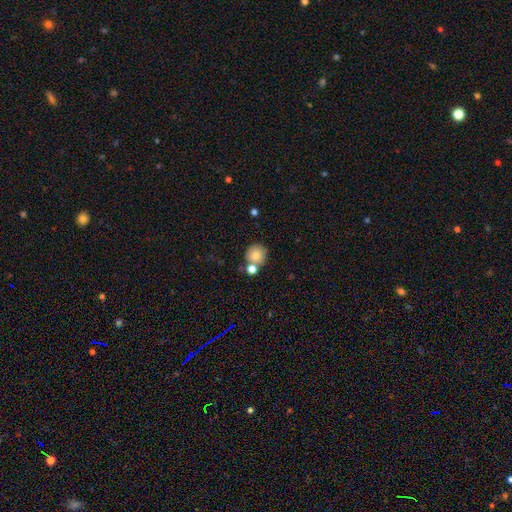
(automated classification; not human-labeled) Smooth or featured? smooth (79%)
How rounded? round (91%)
Merging? none (63%)